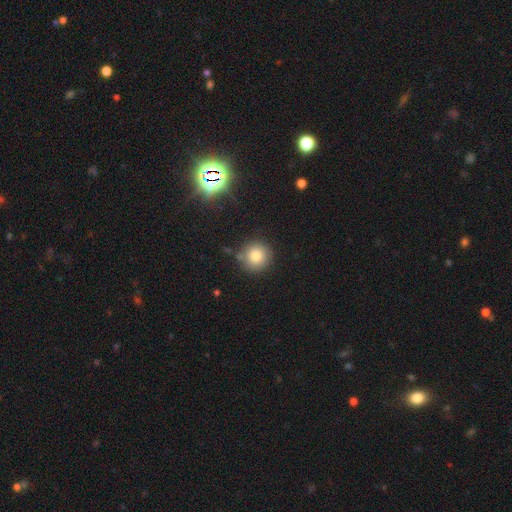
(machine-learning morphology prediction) type=smooth (81%); roundness=round (94%); merging=none (82%).